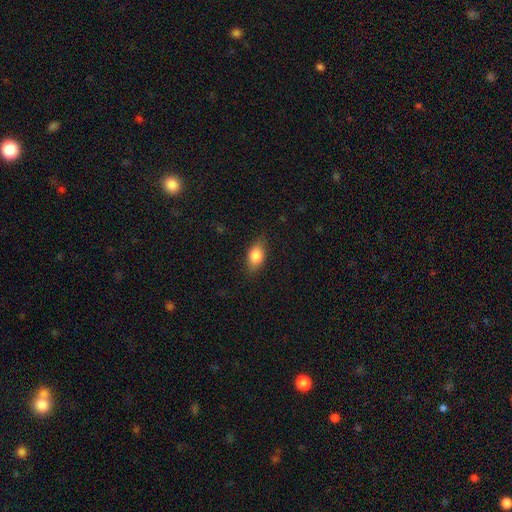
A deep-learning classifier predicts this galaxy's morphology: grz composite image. It shows a smooth galaxy with no disk features (81%) that is in between round and cigar-shaped (85%). Merging: none (80%).